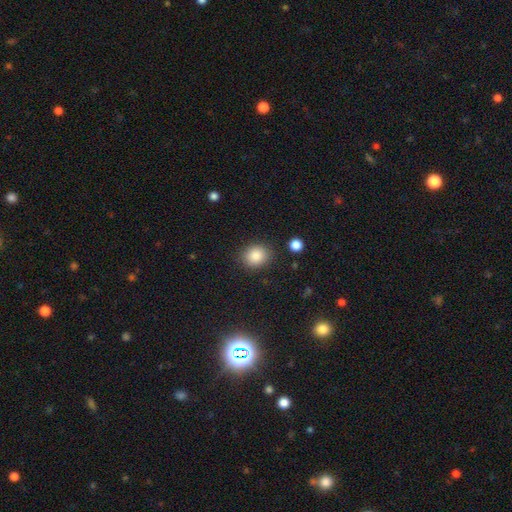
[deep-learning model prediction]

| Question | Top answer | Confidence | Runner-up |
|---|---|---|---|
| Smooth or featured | smooth | 85% | star or artifact (9%) |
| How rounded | round | 67% | in between (32%) |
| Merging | none | 86% | minor disturbance (9%) |